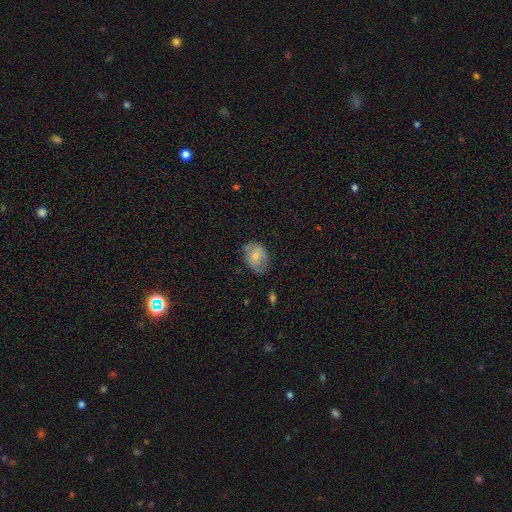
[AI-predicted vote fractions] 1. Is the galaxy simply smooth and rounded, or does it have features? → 63% smooth, 30% featured or disk, 7% star or artifact.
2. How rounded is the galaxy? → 64% in between, 35% round, 1% cigar-shaped.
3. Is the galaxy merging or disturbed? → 64% none, 27% minor disturbance, 7% major disturbance, 2% merger.